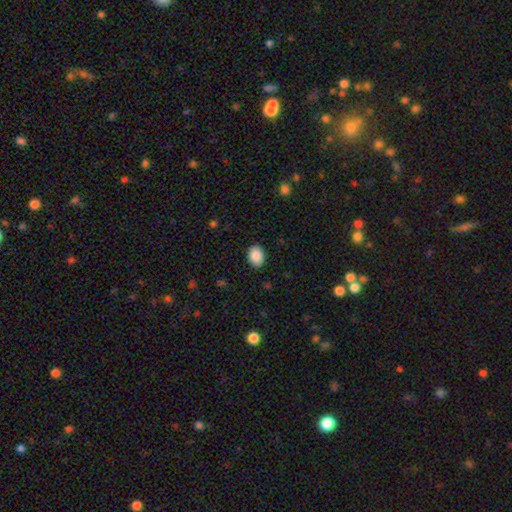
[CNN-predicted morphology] smooth_or_featured: smooth (p=0.88) [alt: star or artifact p=0.08]
how_rounded: in between (p=0.71) [alt: round p=0.28]
merging: none (p=0.89) [alt: minor disturbance p=0.08]